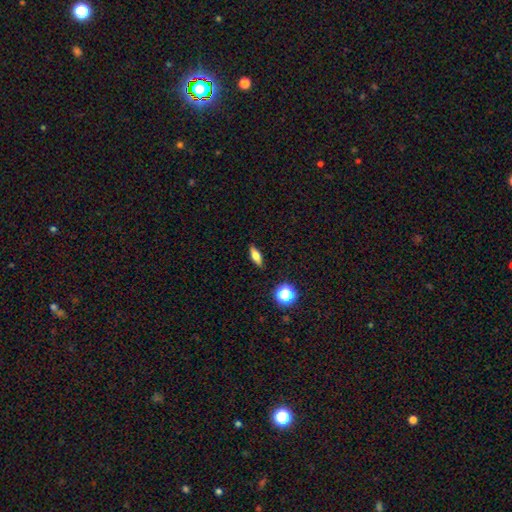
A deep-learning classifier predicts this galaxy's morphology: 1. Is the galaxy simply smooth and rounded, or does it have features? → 65% smooth, 24% featured or disk, 10% star or artifact.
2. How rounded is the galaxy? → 59% in between, 34% cigar-shaped, 7% round.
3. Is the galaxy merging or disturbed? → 88% none, 8% minor disturbance, 2% major disturbance, 1% merger.